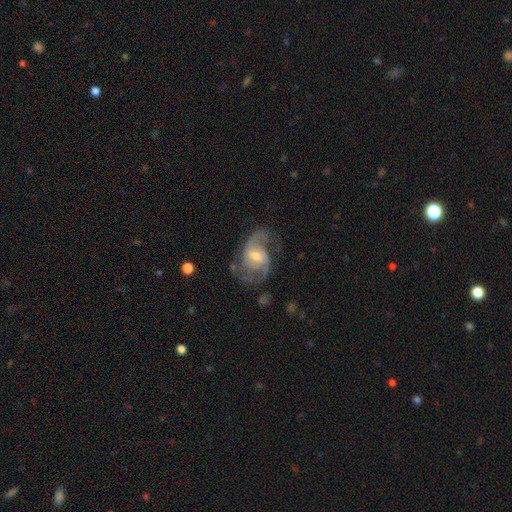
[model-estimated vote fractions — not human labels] Overall: featured or disk (86%). Edge-on disk: no (97%). Bar: weak (54%; no 33%). Spiral arms: yes (95%). Spiral arm count: 2 (65%). Spiral winding: medium (54%; loose 25%). Bulge size: moderate (50%; small 40%). Merging: none (60%; minor disturbance 20%).